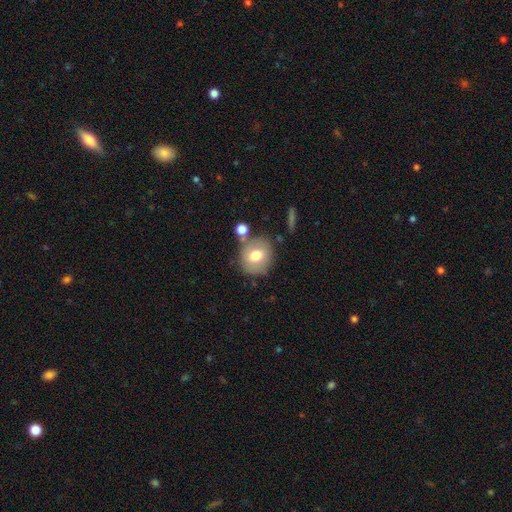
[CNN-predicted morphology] Q: Smooth or featured?
A: smooth (70%); runner-up: featured or disk (21%)
Q: How rounded?
A: round (75%); runner-up: in between (24%)
Q: Merging?
A: none (68%); runner-up: minor disturbance (15%)